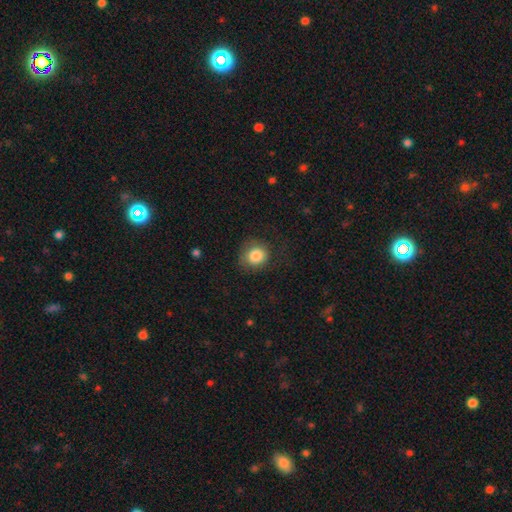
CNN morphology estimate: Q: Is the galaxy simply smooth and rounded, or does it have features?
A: smooth — 83%.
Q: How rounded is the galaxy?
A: round — 80%.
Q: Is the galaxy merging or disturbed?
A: none — 71%.